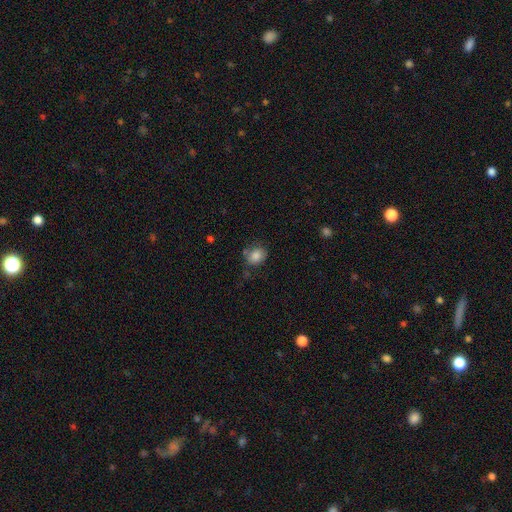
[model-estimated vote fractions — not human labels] smooth 83%, star or artifact 9%, featured or disk 7%. Down the decision tree: how rounded — round (58%); merging — none (65%).